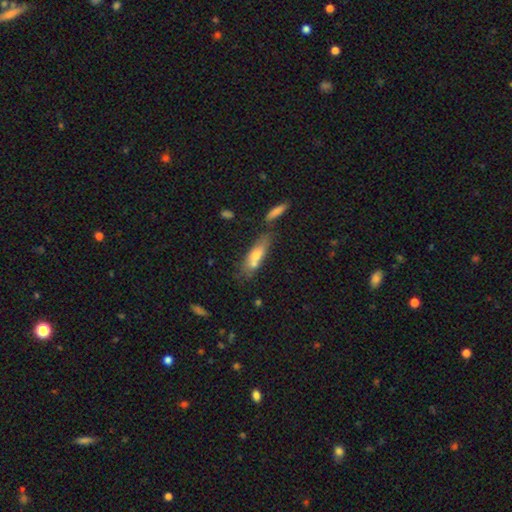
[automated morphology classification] Overall: smooth (62%; featured or disk 30%). How rounded: cigar-shaped (53%; in between 44%). Merging: none (47%; merger 28%).